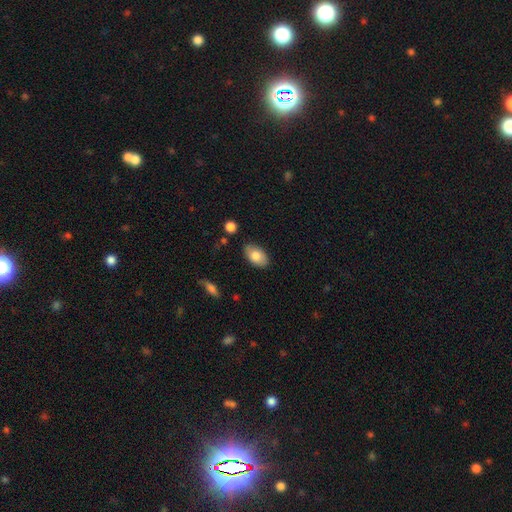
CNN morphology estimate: A smooth galaxy with no disk features (80%) that is in between round and cigar-shaped (93%).

Vote fractions:
- Smooth or featured? smooth: 80% / featured or disk: 14% / star or artifact: 7%
- How rounded? in between: 93% / round: 5% / cigar-shaped: 2%
- Merging? none: 83% / minor disturbance: 12% / major disturbance: 2% / merger: 2%